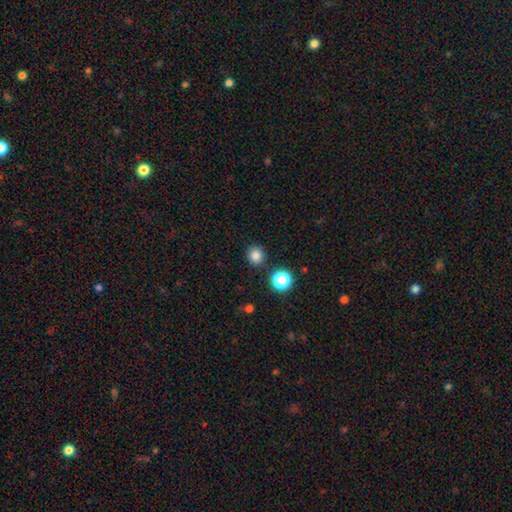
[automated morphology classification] A smooth galaxy with no disk features (82%) that is round (90%).

Vote fractions:
- Smooth or featured? smooth: 82% / star or artifact: 14% / featured or disk: 4%
- How rounded? round: 90% / in between: 9% / cigar-shaped: 1%
- Merging? none: 89% / minor disturbance: 6% / merger: 3% / major disturbance: 2%